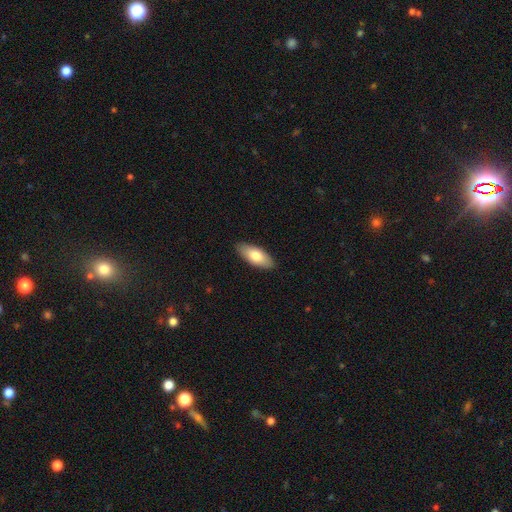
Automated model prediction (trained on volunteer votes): Smooth or featured? Predicted: smooth (p=0.78). How rounded? Predicted: in between (p=0.84). Merging? Predicted: none (p=0.89).